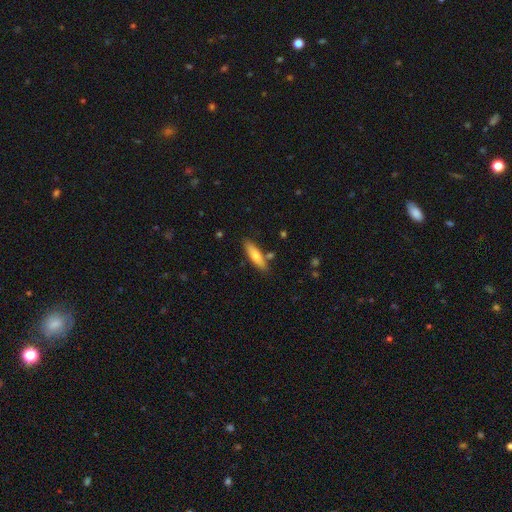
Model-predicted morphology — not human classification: A smooth galaxy with no disk features (71%) that is cigar-shaped (63%).

Vote fractions:
- Smooth or featured? smooth: 71% / featured or disk: 23% / star or artifact: 6%
- How rounded? cigar-shaped: 63% / in between: 35% / round: 2%
- Merging? none: 80% / minor disturbance: 12% / merger: 6% / major disturbance: 2%